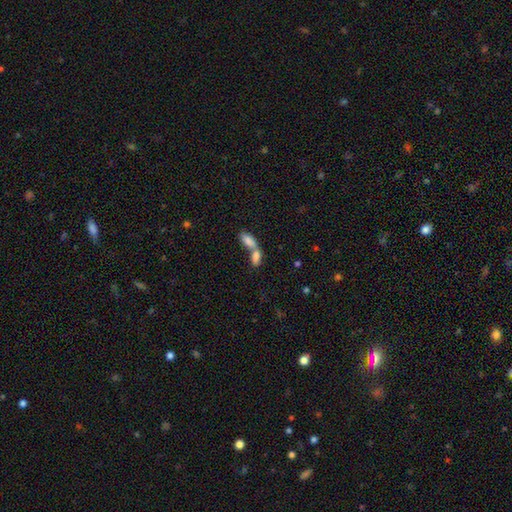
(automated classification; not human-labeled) Smooth or featured: smooth — 82% (featured or disk — 10%)
How rounded: in between — 86% (cigar-shaped — 10%)
Merging: merger — 73% (none — 19%)